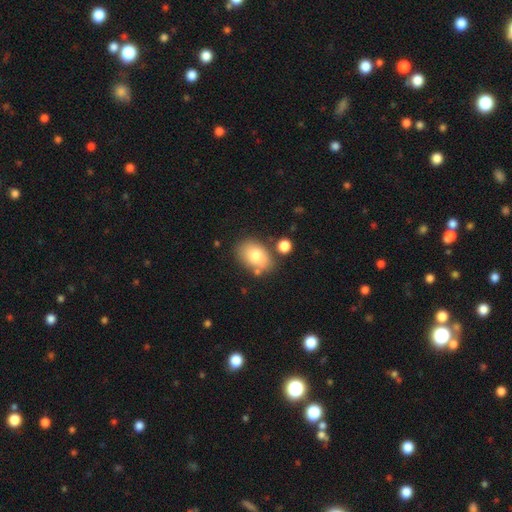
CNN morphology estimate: Overall: smooth (75%). How rounded: in between (81%). Merging: none (67%).